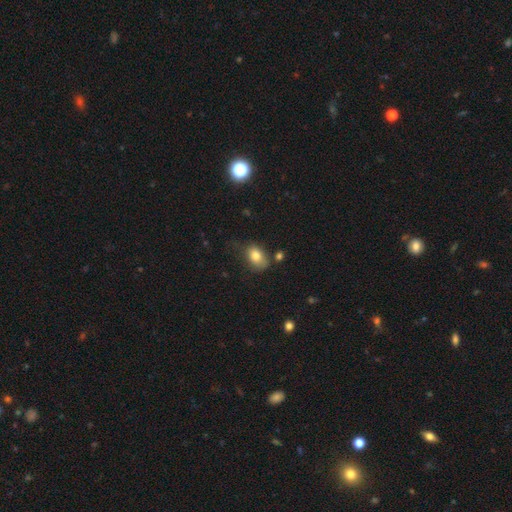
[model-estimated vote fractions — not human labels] A smooth galaxy with no disk features (80%) that is in between round and cigar-shaped (78%).

Vote fractions:
- Smooth or featured? smooth: 80% / featured or disk: 10% / star or artifact: 9%
- How rounded? in between: 78% / round: 20% / cigar-shaped: 1%
- Merging? none: 59% / minor disturbance: 27% / major disturbance: 8% / merger: 6%